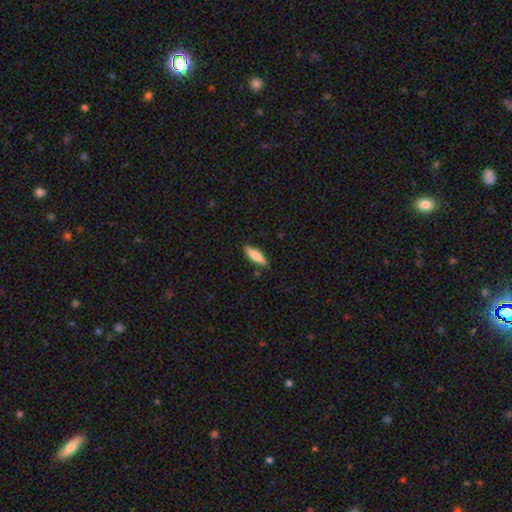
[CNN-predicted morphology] Smooth or featured?
  - smooth: 74% *
  - featured or disk: 20%
  - star or artifact: 6%
How rounded?
  - cigar-shaped: 63% *
  - in between: 35%
  - round: 2%
Merging?
  - none: 87% *
  - minor disturbance: 10%
  - major disturbance: 2%
  - merger: 2%